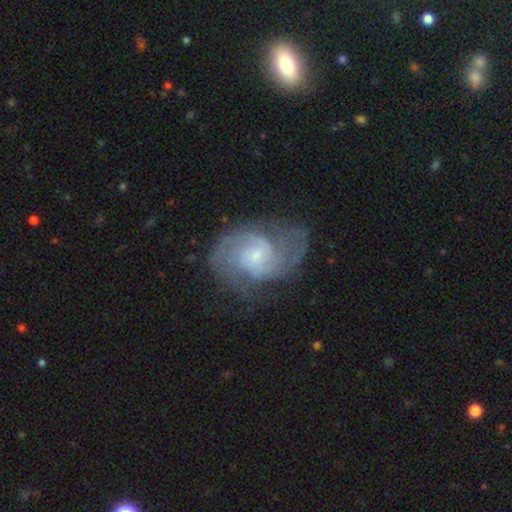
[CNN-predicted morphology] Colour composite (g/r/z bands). It shows a featured or disk galaxy (87%) with no bar (57%), 2 (71%) medium (48%) spiral arms (96%) and a small central bulge (60%). Merging: none (62%).